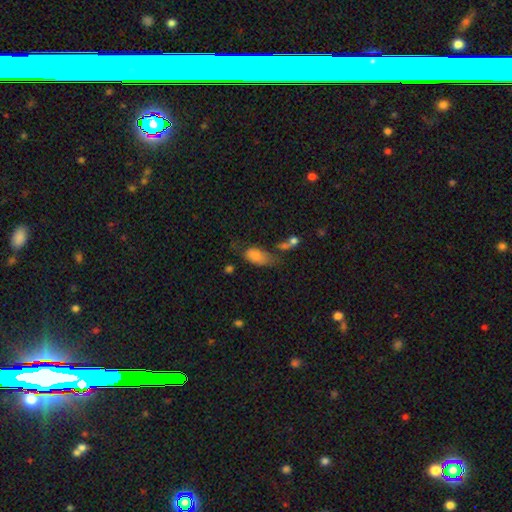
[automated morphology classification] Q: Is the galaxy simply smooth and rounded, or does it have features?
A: smooth — 78%.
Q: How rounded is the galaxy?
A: in between — 92%.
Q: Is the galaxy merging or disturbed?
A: none — 35%.